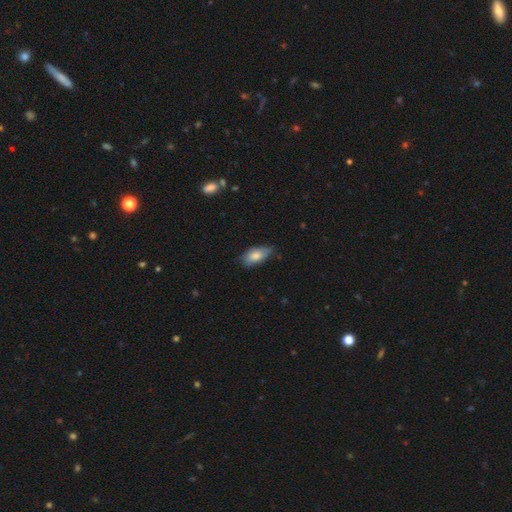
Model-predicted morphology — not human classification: Q: Smooth or featured?
A: smooth (76%); runner-up: featured or disk (18%)
Q: How rounded?
A: in between (92%); runner-up: cigar-shaped (5%)
Q: Merging?
A: none (58%); runner-up: minor disturbance (34%)